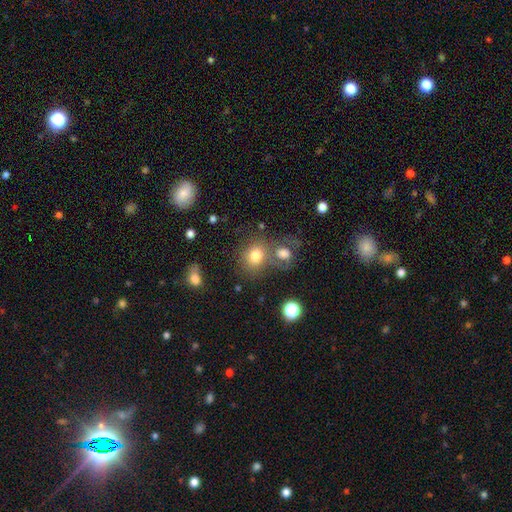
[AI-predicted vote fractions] A smooth galaxy with no disk features (76%) that is round (63%). Merging: none (49%).